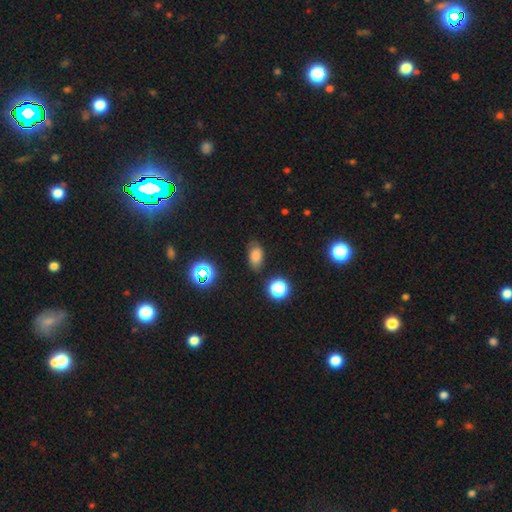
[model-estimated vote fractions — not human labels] This appears to be a smooth galaxy with no disk features (75%) that is in between round and cigar-shaped (88%). Merging: none (78%).